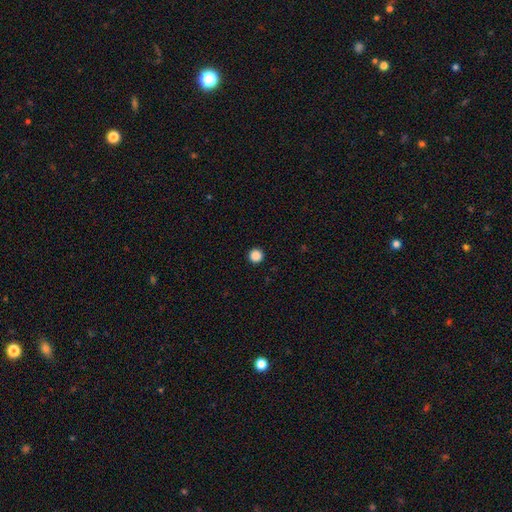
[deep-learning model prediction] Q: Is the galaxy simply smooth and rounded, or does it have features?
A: smooth — 87%.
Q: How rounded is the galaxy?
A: round — 96%.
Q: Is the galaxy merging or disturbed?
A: none — 94%.